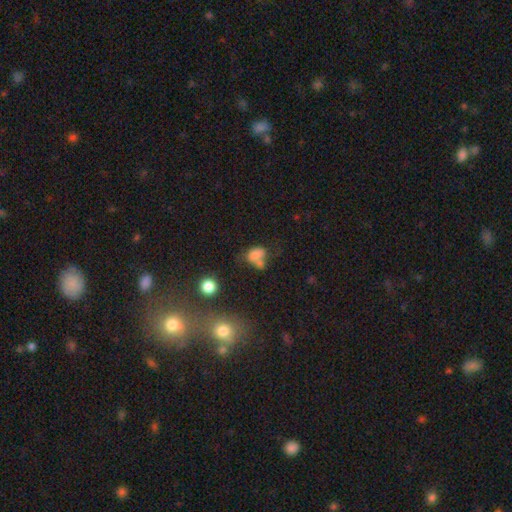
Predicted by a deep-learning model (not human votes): Smooth or featured?
  - smooth: 70% *
  - featured or disk: 16%
  - star or artifact: 14%
How rounded?
  - in between: 75% *
  - round: 23%
  - cigar-shaped: 2%
Merging?
  - merger: 41% *
  - none: 28%
  - minor disturbance: 17%
  - major disturbance: 14%